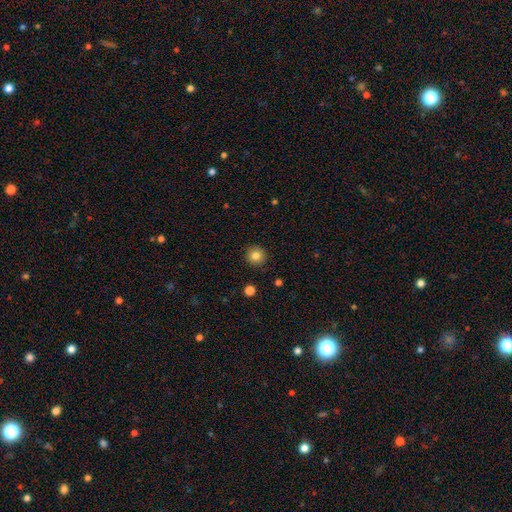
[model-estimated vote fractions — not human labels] Smooth or featured?
  - smooth: 83% *
  - star or artifact: 11%
  - featured or disk: 7%
How rounded?
  - round: 94% *
  - in between: 5%
  - cigar-shaped: 1%
Merging?
  - none: 92% *
  - minor disturbance: 5%
  - major disturbance: 2%
  - merger: 1%